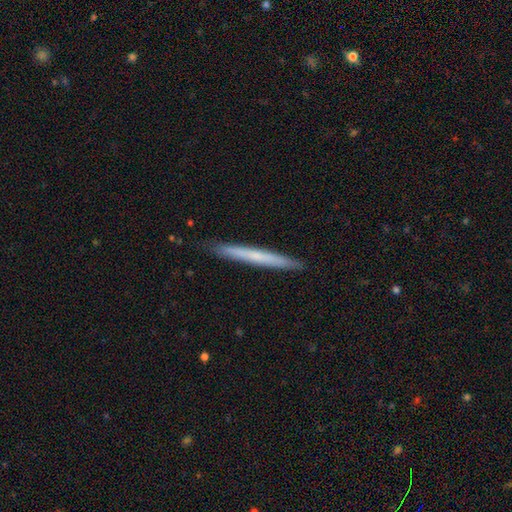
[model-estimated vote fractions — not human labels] This is possibly a smooth galaxy (54%). How rounded: clearly cigar-shaped (97%). Merging: clearly none (89%).